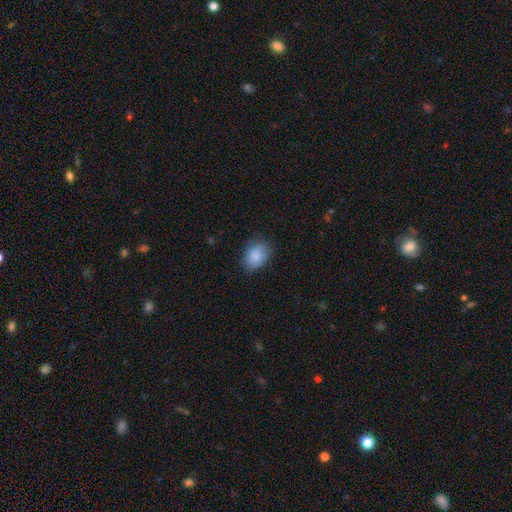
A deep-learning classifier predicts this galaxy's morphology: smooth_or_featured: smooth (p=0.87) [alt: star or artifact p=0.07]
how_rounded: in between (p=0.75) [alt: round p=0.24]
merging: none (p=0.79) [alt: minor disturbance p=0.16]